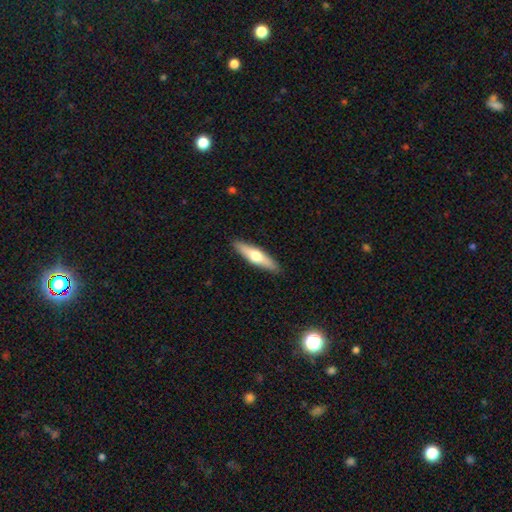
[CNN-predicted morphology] This appears to be a smooth galaxy with no disk features (50%) that is cigar-shaped (73%). Merging: none (90%).